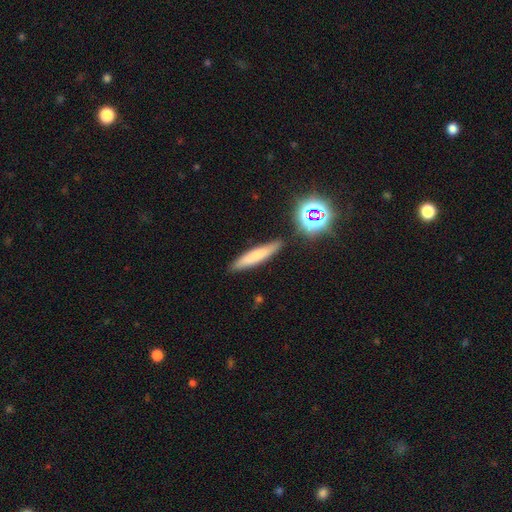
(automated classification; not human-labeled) This appears to be a smooth galaxy with no disk features (69%) that is cigar-shaped (87%). Merging: none (85%).